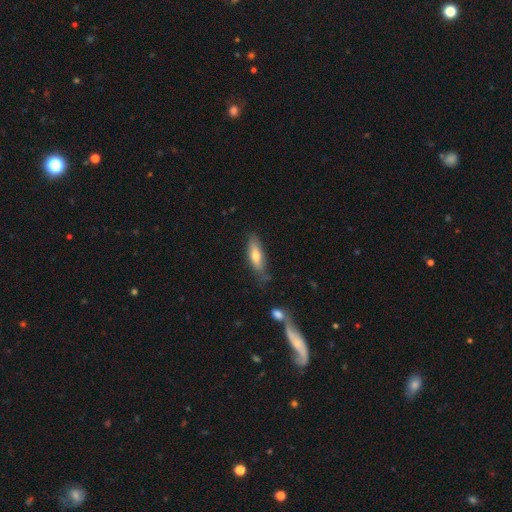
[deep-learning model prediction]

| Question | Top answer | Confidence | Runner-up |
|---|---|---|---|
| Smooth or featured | smooth | 67% | featured or disk (27%) |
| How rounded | in between | 50% | cigar-shaped (48%) |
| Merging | none | 69% | minor disturbance (23%) |